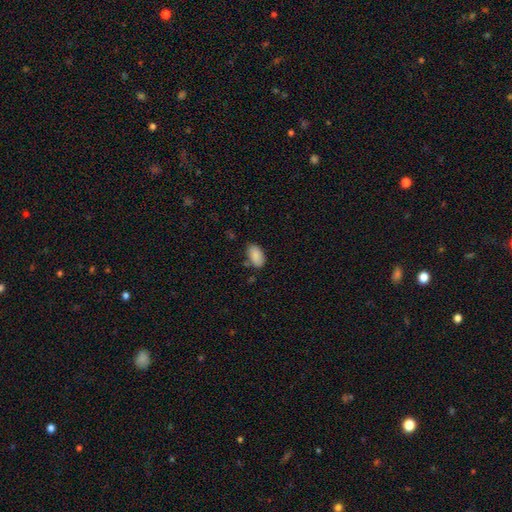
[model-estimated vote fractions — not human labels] Smooth or featured?
  - smooth: 87% *
  - star or artifact: 7%
  - featured or disk: 6%
How rounded?
  - in between: 93% *
  - round: 5%
  - cigar-shaped: 2%
Merging?
  - none: 73% *
  - minor disturbance: 19%
  - merger: 4%
  - major disturbance: 4%